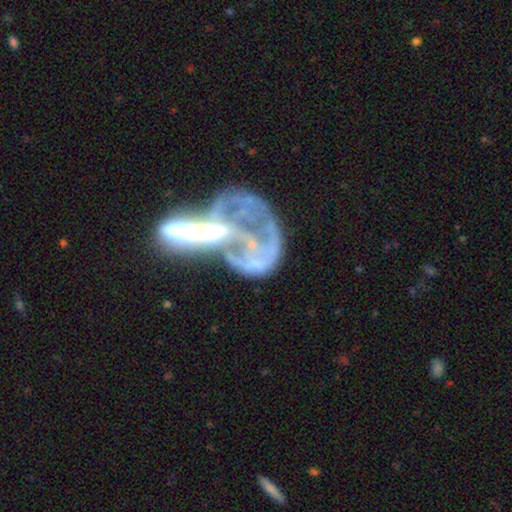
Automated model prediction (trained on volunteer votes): smooth_or_featured: featured or disk (p=0.70) [alt: smooth p=0.17]
disk_edge_on: no (p=0.92) [alt: yes p=0.08]
bar: no (p=0.67) [alt: strong p=0.16]
has_spiral_arms: no (p=0.65) [alt: yes p=0.35]
bulge_size: none (p=0.49) [alt: moderate p=0.22]
merging: major disturbance (p=0.44) [alt: merger p=0.31]